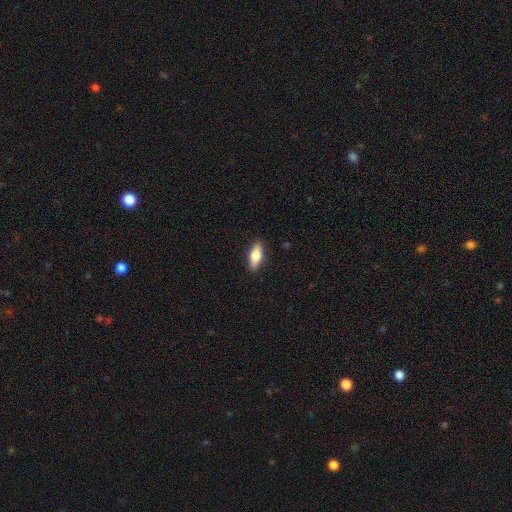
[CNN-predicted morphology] A smooth galaxy with no disk features (71%) that is in between round and cigar-shaped (73%). Merging: none (89%).